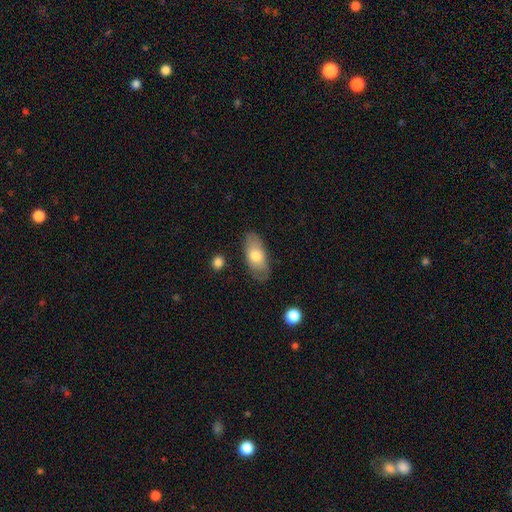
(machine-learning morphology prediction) A smooth galaxy with no disk features (72%) that is in between round and cigar-shaped (89%).

Vote fractions:
- Smooth or featured? smooth: 72% / featured or disk: 22% / star or artifact: 6%
- How rounded? in between: 89% / cigar-shaped: 8% / round: 3%
- Merging? none: 80% / minor disturbance: 15% / major disturbance: 4% / merger: 2%